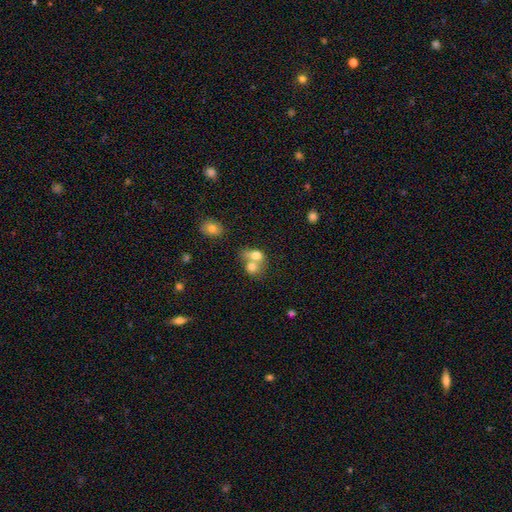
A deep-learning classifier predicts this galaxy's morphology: Q: Smooth or featured?
A: smooth (74%); runner-up: featured or disk (16%)
Q: How rounded?
A: round (57%); runner-up: in between (41%)
Q: Merging?
A: merger (68%); runner-up: none (22%)